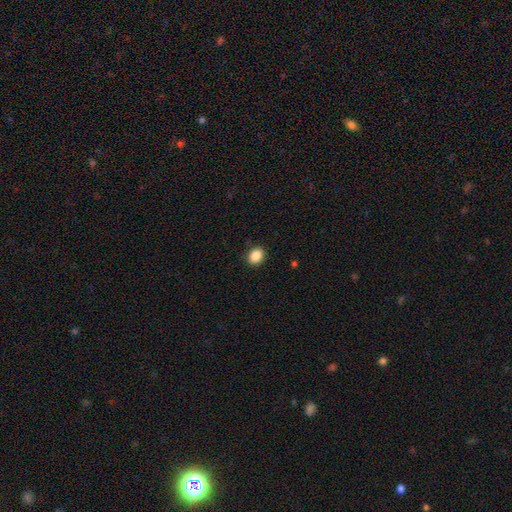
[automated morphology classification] smooth-or-featured: smooth: 88% | star or artifact: 9% | featured or disk: 3%
  how-rounded: in between: 51% | round: 48% | cigar-shaped: 1%
  merging: none: 88% | minor disturbance: 9% | major disturbance: 2% | merger: 1%